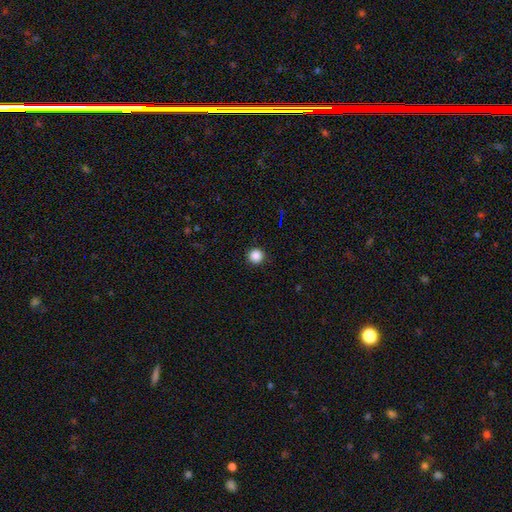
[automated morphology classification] smooth-or-featured: smooth: 86% | star or artifact: 11% | featured or disk: 3%
  how-rounded: round: 96% | in between: 3% | cigar-shaped: 1%
  merging: none: 93% | minor disturbance: 5% | major disturbance: 2% | merger: 1%